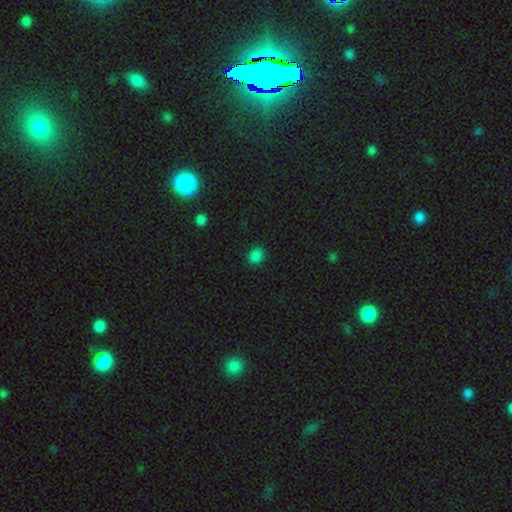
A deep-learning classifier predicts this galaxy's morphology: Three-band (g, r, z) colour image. It shows a smooth galaxy with no disk features (82%) that is round (57%). Merging: none (86%).